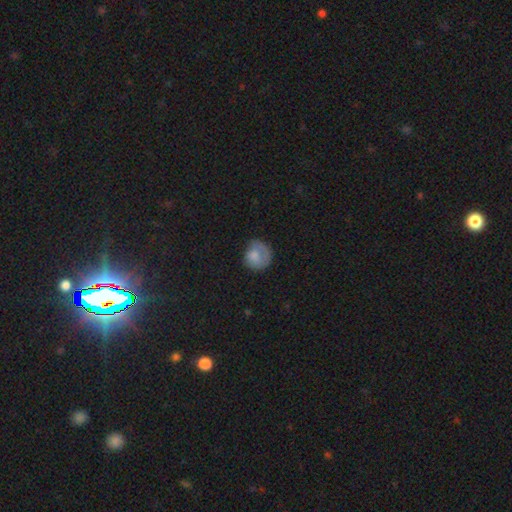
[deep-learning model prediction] smooth_or_featured: smooth (p=0.71) [alt: featured or disk p=0.21]
how_rounded: round (p=0.81) [alt: in between p=0.18]
merging: none (p=0.51) [alt: minor disturbance p=0.25]